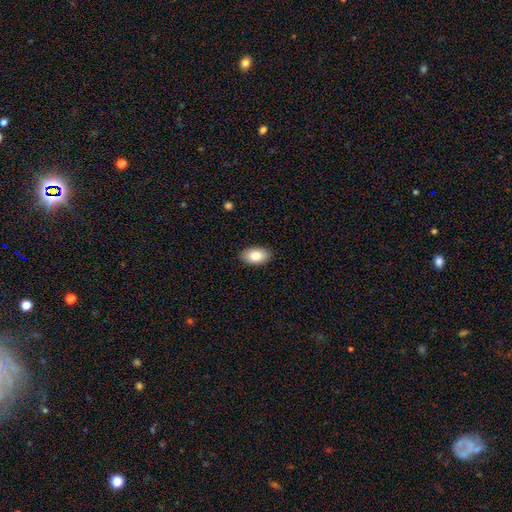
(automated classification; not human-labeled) Morphology: type=smooth (82%); roundness=in between (93%); merging=none (89%).